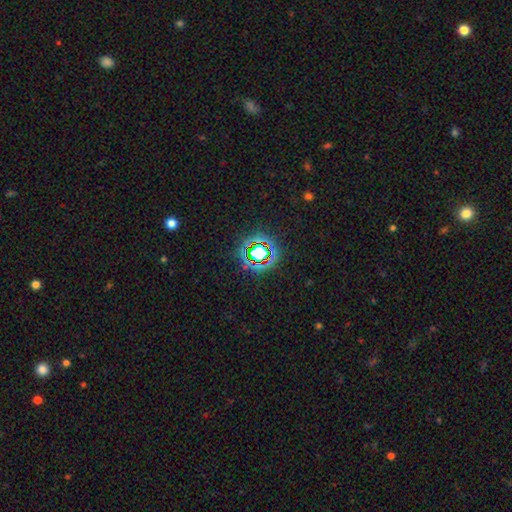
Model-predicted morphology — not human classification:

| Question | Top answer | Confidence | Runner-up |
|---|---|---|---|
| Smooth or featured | star or artifact | 70% | smooth (19%) |